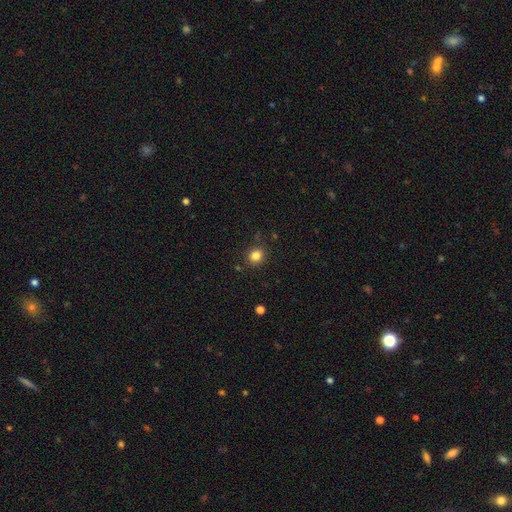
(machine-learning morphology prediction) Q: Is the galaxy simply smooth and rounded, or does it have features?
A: smooth — 82%.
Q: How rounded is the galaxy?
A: round — 78%.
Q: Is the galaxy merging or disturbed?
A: none — 86%.